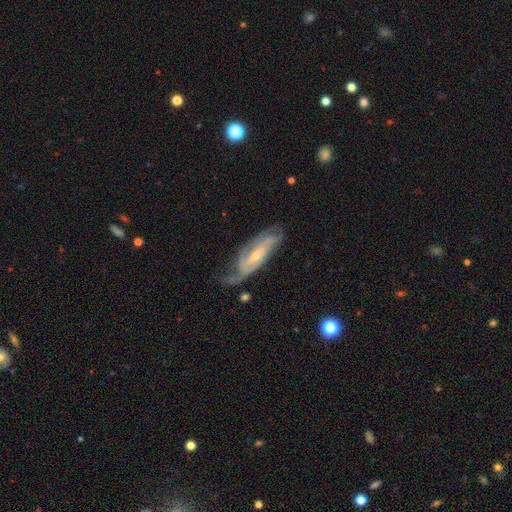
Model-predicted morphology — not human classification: Smooth or featured? Predicted: featured or disk (p=0.81). Edge-on disk? Predicted: no (p=0.86). Bar? Predicted: no (p=0.51). Spiral arms? Predicted: yes (p=0.93). Spiral winding? Predicted: tight (p=0.42). Spiral arm count? Predicted: 2 (p=0.45). Bulge size? Predicted: small (p=0.62). Merging? Predicted: none (p=0.55).